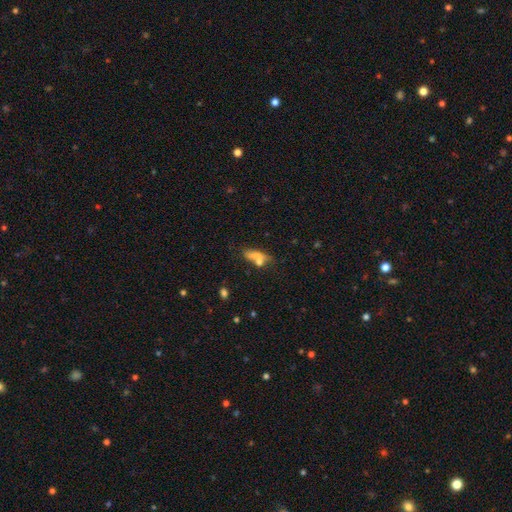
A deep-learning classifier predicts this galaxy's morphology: Smooth or featured?
  - smooth: 63% *
  - featured or disk: 25%
  - star or artifact: 12%
How rounded?
  - in between: 55% *
  - cigar-shaped: 38%
  - round: 6%
Merging?
  - none: 45% *
  - merger: 28%
  - minor disturbance: 18%
  - major disturbance: 9%